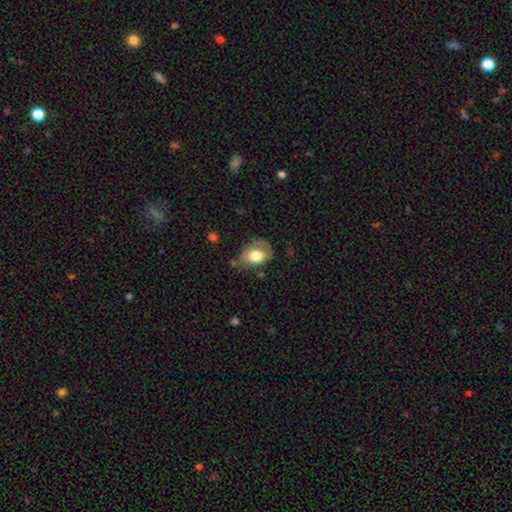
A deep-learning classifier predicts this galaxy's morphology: type=smooth (68%); roundness=in between (70%); merging=none (41%).